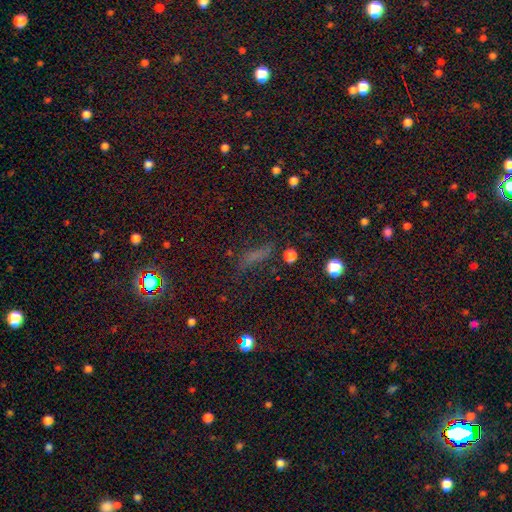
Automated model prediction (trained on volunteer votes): Q: Smooth or featured?
A: smooth (42%); runner-up: star or artifact (39%)
Q: Merging?
A: none (65%); runner-up: minor disturbance (20%)